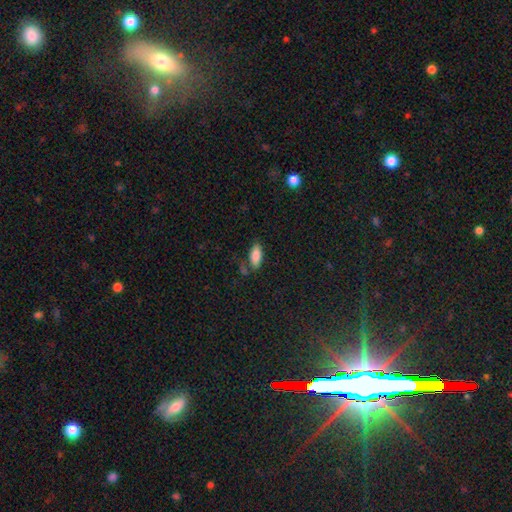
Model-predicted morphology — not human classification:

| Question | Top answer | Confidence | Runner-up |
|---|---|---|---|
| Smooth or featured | smooth | 84% | featured or disk (8%) |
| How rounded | in between | 84% | cigar-shaped (14%) |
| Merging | none | 71% | minor disturbance (16%) |